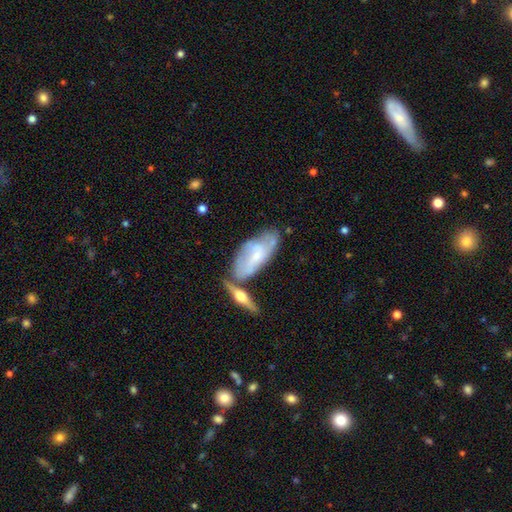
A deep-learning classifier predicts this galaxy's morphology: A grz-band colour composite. It shows a featured or disk galaxy (58%). Merging: none (40%).